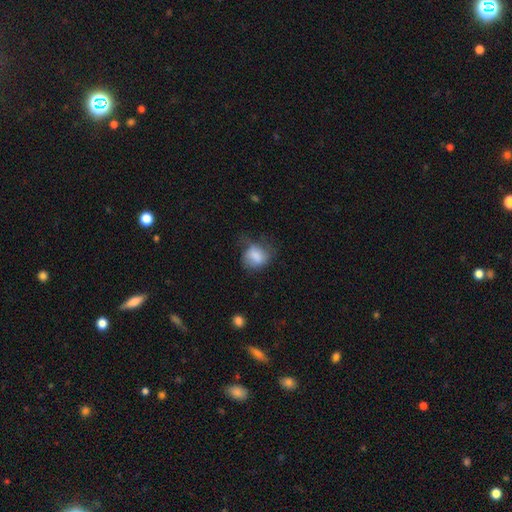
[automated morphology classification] smooth 77%, featured or disk 15%, star or artifact 9%. Down the decision tree: how rounded — in between (51%); merging — none (39%).